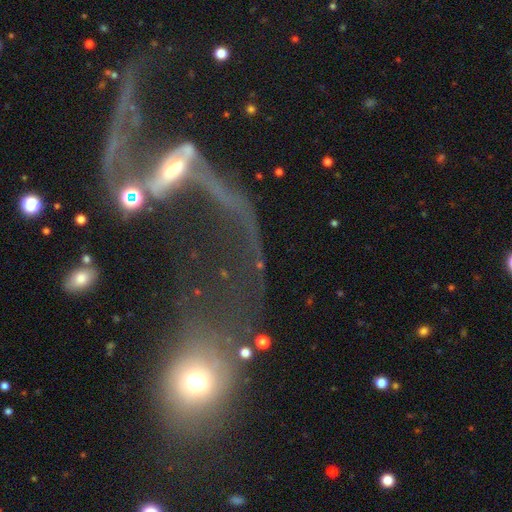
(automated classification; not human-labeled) This is likely a featured or disk galaxy (62%). It is clearly not viewed edge-on (86%). Bar: possibly no (51%). Spiral arm pattern: likely yes (63%). Central bulge: marginally small (42%). Merging: marginally major disturbance (35%, tied with merger).